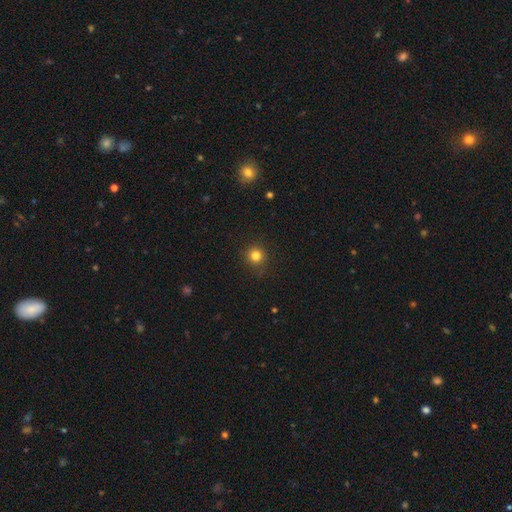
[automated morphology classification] A smooth galaxy with no disk features (81%) that is round (94%).

Vote fractions:
- Smooth or featured? smooth: 81% / star or artifact: 14% / featured or disk: 5%
- How rounded? round: 94% / in between: 5% / cigar-shaped: 1%
- Merging? none: 90% / minor disturbance: 7% / major disturbance: 2% / merger: 1%